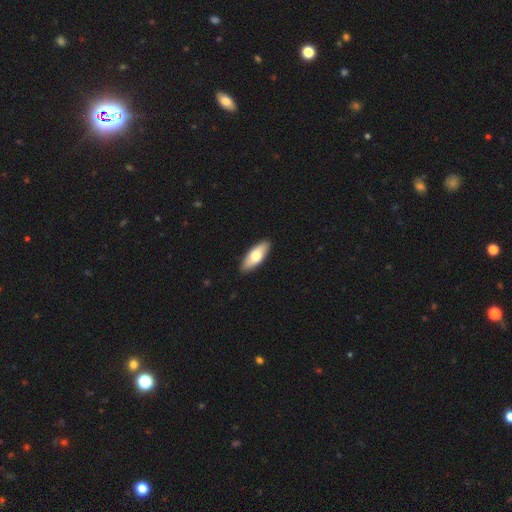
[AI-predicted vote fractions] Smooth or featured? smooth (70%)
How rounded? in between (73%)
Merging? none (90%)